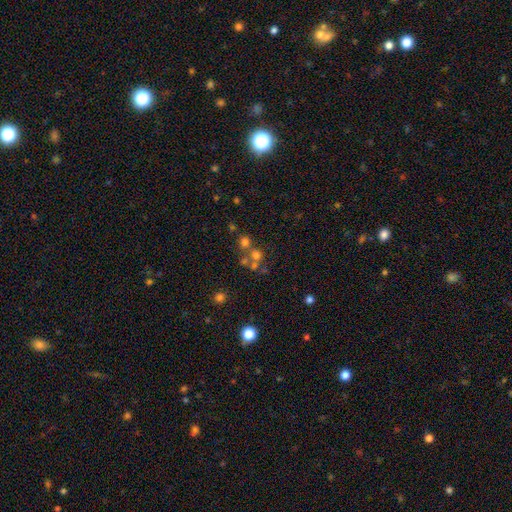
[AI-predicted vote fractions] Smooth or featured? Predicted: smooth (p=0.57). How rounded? Predicted: round (p=0.85). Merging? Predicted: none (p=0.49).